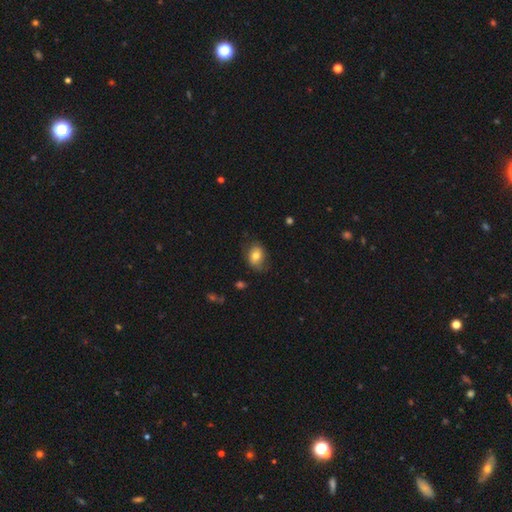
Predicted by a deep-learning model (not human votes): This is likely a smooth galaxy (74%). How rounded: likely in between (69%). Merging: likely none (68%).